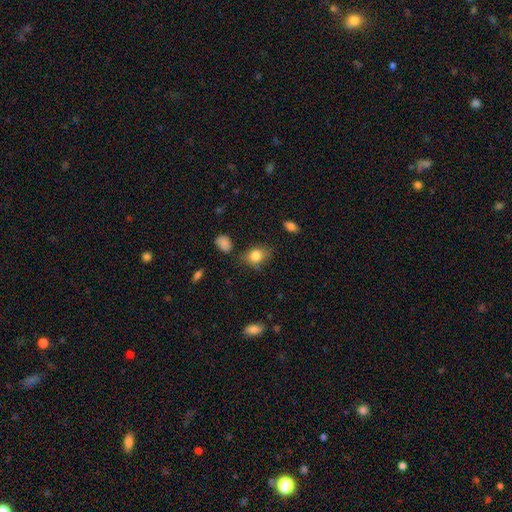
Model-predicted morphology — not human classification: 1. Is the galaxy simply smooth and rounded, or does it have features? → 81% smooth, 10% featured or disk, 9% star or artifact.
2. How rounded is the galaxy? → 61% in between, 37% round, 2% cigar-shaped.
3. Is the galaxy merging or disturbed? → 65% none, 25% minor disturbance, 7% major disturbance, 3% merger.